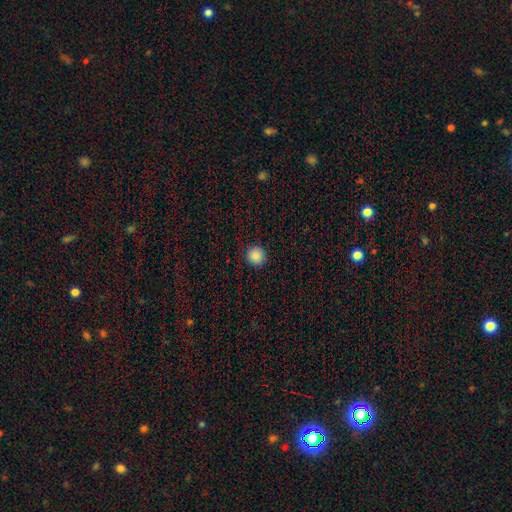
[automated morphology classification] smooth_or_featured: smooth (p=0.87) [alt: star or artifact p=0.10]
how_rounded: round (p=0.93) [alt: in between p=0.06]
merging: none (p=0.90) [alt: minor disturbance p=0.07]